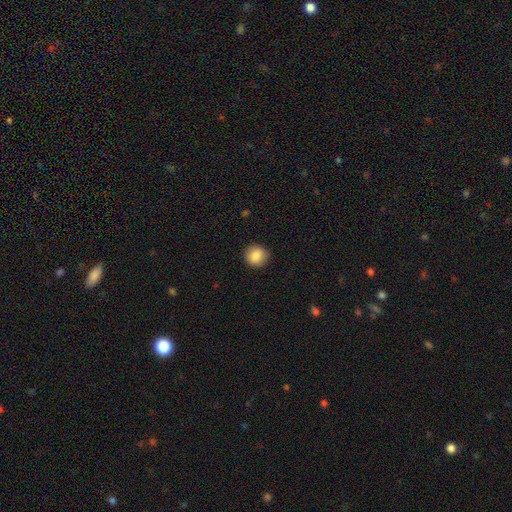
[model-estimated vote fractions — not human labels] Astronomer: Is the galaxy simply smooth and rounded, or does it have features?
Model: smooth — 87%.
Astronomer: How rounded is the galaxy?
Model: round — 90%.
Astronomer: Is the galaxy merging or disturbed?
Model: none — 88%.